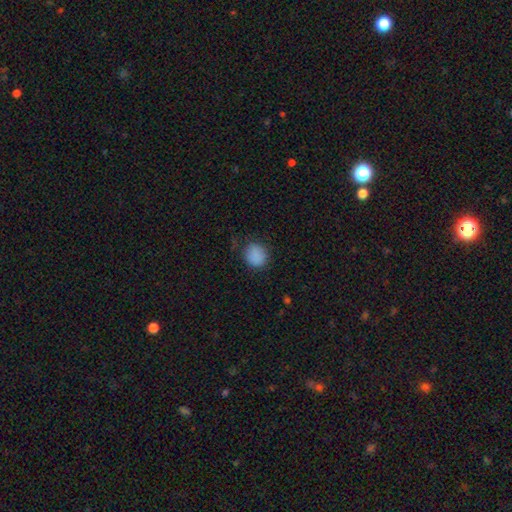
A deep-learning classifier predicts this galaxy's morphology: This appears to be a smooth galaxy with no disk features (86%) that is round (73%). Merging: none (78%).